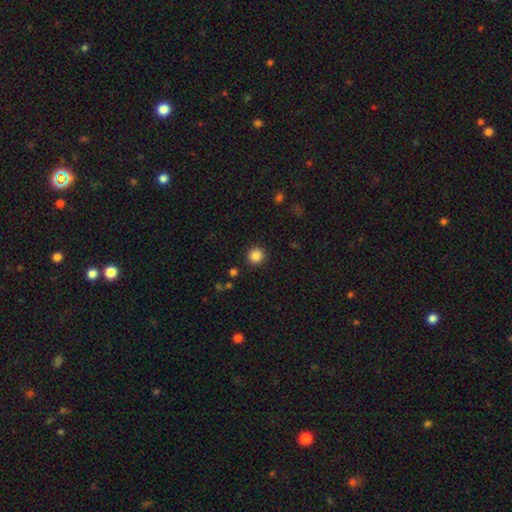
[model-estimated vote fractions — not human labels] Smooth or featured? Predicted: smooth (p=0.86). How rounded? Predicted: round (p=0.94). Merging? Predicted: none (p=0.91).